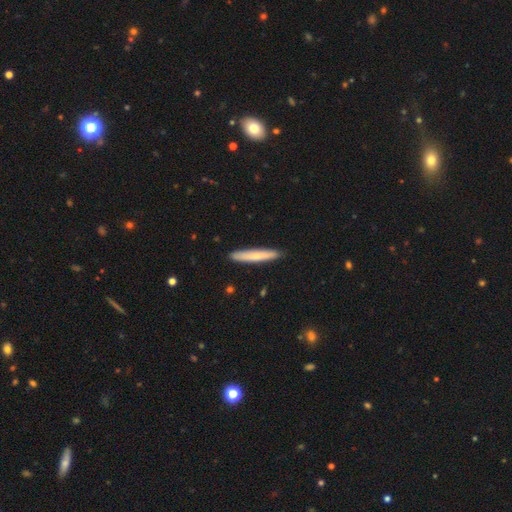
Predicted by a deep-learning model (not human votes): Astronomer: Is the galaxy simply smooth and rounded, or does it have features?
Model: smooth — 68%.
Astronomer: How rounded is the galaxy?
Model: cigar-shaped — 94%.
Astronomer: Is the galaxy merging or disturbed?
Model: none — 90%.